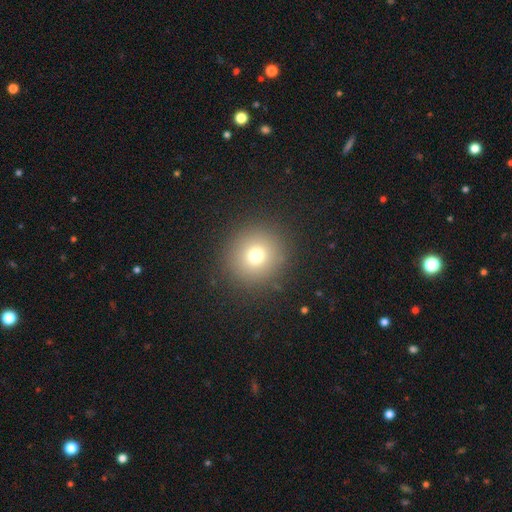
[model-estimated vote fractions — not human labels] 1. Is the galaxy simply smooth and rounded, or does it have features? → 74% smooth, 16% star or artifact, 10% featured or disk.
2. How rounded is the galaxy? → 93% round, 6% in between, 1% cigar-shaped.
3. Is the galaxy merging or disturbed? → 90% none, 6% minor disturbance, 3% major disturbance, 1% merger.